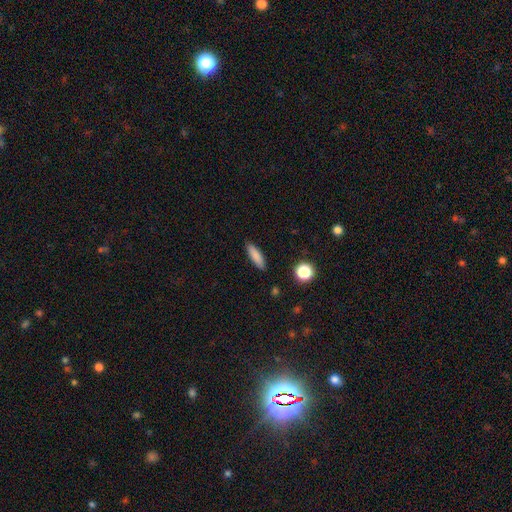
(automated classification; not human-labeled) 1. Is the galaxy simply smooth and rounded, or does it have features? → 84% smooth, 8% star or artifact, 8% featured or disk.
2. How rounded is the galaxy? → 61% cigar-shaped, 36% in between, 3% round.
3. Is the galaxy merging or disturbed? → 89% none, 8% minor disturbance, 2% major disturbance, 1% merger.